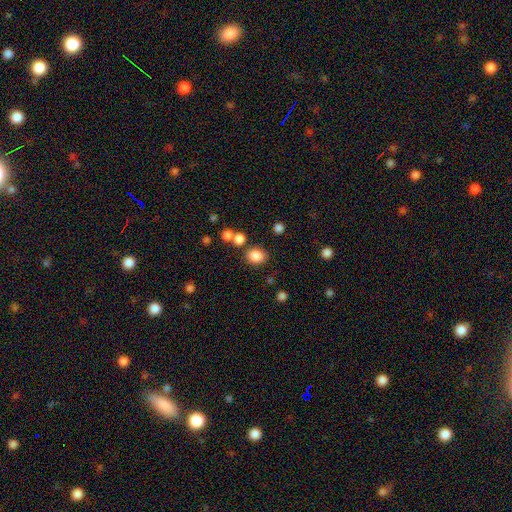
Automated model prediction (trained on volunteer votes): A smooth galaxy with no disk features (85%) that is round (54%). Merging: none (77%).